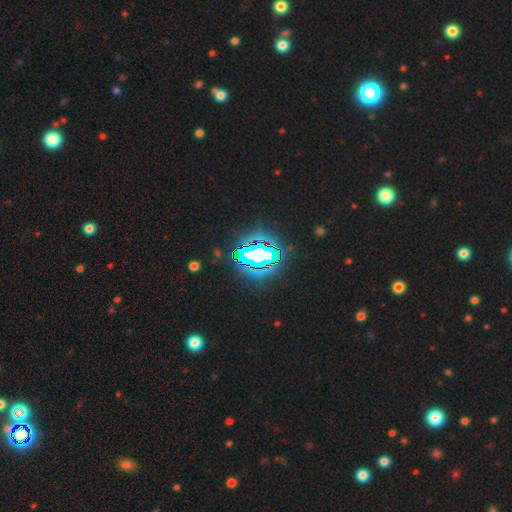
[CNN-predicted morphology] This is likely a star or artifact rather than a galaxy (72%).